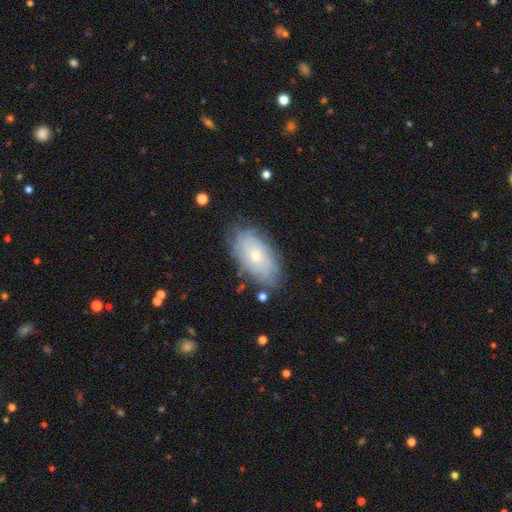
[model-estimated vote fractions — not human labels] This appears to be a featured or disk galaxy (50%). Merging: none (72%).